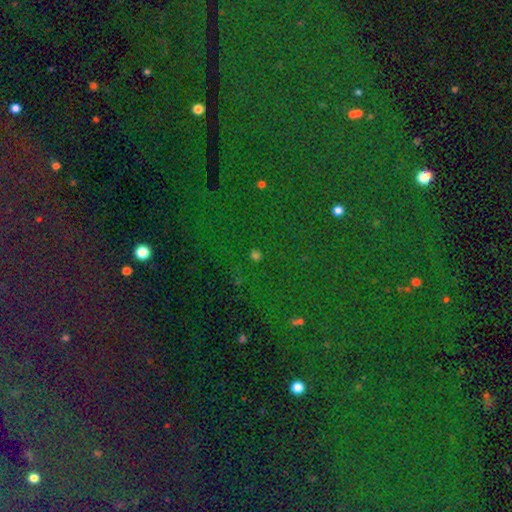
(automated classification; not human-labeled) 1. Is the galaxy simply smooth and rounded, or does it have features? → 66% star or artifact, 25% smooth, 9% featured or disk.